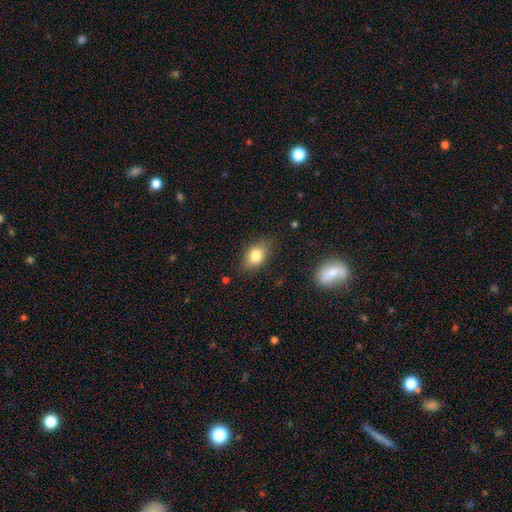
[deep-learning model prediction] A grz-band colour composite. It shows a smooth galaxy with no disk features (80%) that is in between round and cigar-shaped (80%). Merging: none (77%).